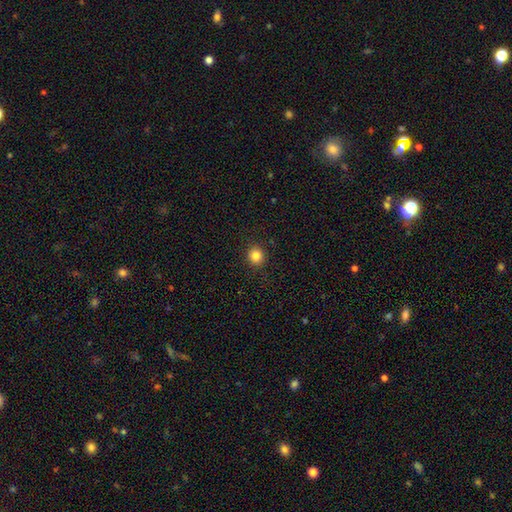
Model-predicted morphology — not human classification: type=smooth (84%); roundness=round (87%); merging=none (91%).